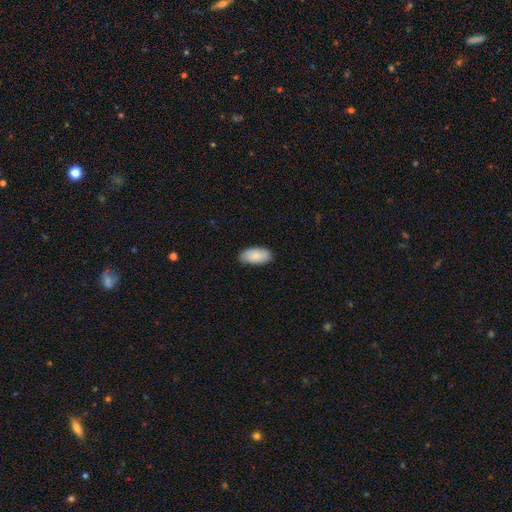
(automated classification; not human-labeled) Smooth or featured?
  - smooth: 87% *
  - featured or disk: 8%
  - star or artifact: 6%
How rounded?
  - in between: 94% *
  - cigar-shaped: 4%
  - round: 2%
Merging?
  - none: 85% *
  - minor disturbance: 12%
  - major disturbance: 2%
  - merger: 1%